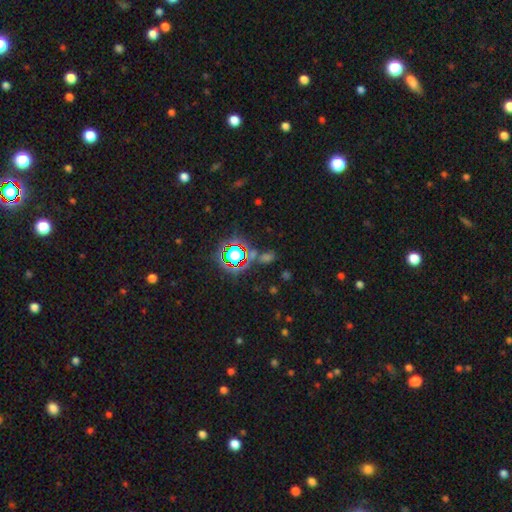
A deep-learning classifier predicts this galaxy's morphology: Smooth or featured: star or artifact — 77% (smooth — 15%)